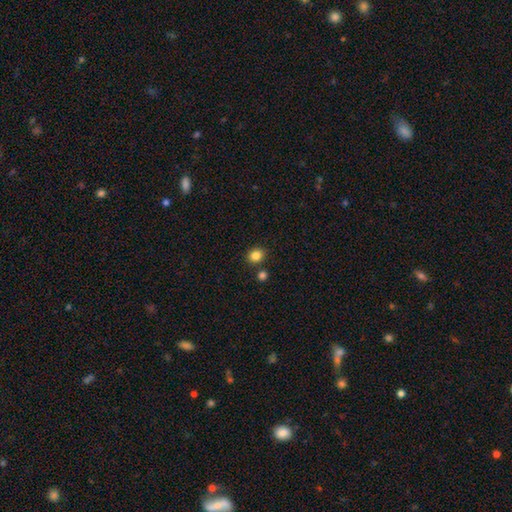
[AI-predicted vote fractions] Q: Smooth or featured?
A: smooth (84%); runner-up: star or artifact (11%)
Q: How rounded?
A: round (70%); runner-up: in between (29%)
Q: Merging?
A: none (83%); runner-up: minor disturbance (8%)